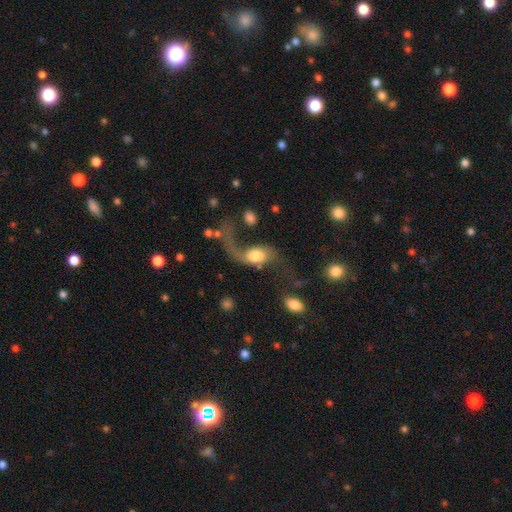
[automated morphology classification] Smooth or featured?
  - featured or disk: 59% *
  - smooth: 33%
  - star or artifact: 8%
Edge-on disk?
  - no: 94% *
  - yes: 6%
Bar?
  - no: 64% *
  - weak: 28%
  - strong: 8%
Spiral arms?
  - yes: 85% *
  - no: 15%
Bulge size?
  - moderate: 40% *
  - large: 37%
  - small: 10%
  - dominant: 10%
  - none: 3%
Merging?
  - major disturbance: 45% *
  - none: 28%
  - minor disturbance: 14%
  - merger: 13%